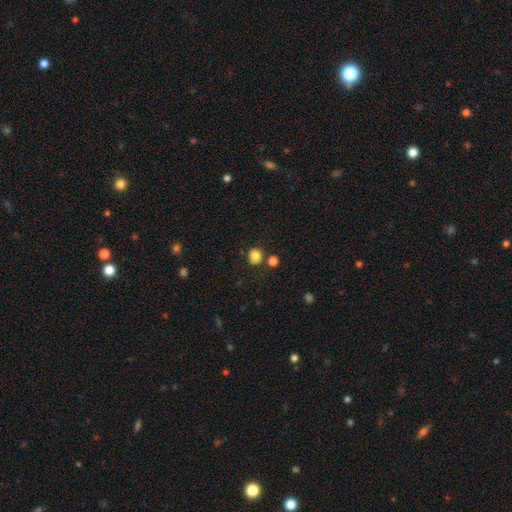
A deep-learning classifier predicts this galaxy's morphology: Smooth or featured? smooth (83%)
How rounded? round (79%)
Merging? none (77%)